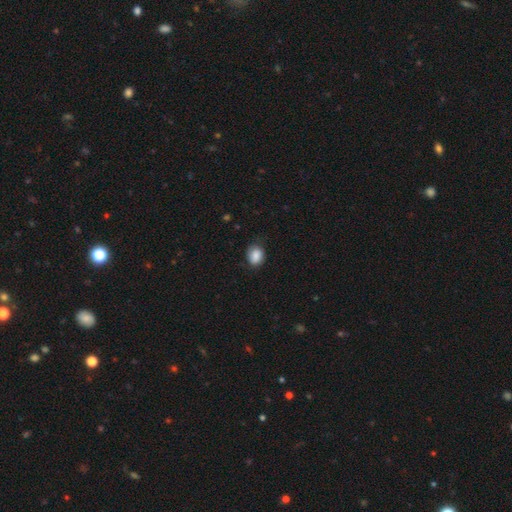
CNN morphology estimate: Q: Smooth or featured?
A: smooth (85%); runner-up: star or artifact (8%)
Q: How rounded?
A: round (50%); runner-up: in between (49%)
Q: Merging?
A: none (71%); runner-up: minor disturbance (22%)